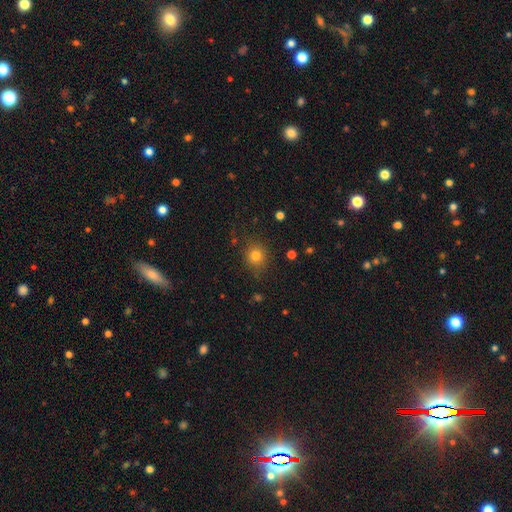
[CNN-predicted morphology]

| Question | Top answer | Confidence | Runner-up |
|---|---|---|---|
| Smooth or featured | smooth | 79% | star or artifact (14%) |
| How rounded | round | 86% | in between (13%) |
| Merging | none | 84% | minor disturbance (11%) |